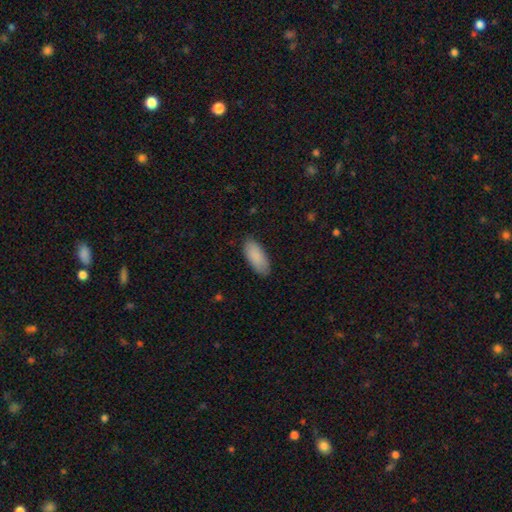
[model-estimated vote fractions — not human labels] smooth_or_featured: smooth (p=0.90) [alt: star or artifact p=0.06]
how_rounded: in between (p=0.87) [alt: cigar-shaped p=0.12]
merging: none (p=0.86) [alt: minor disturbance p=0.11]